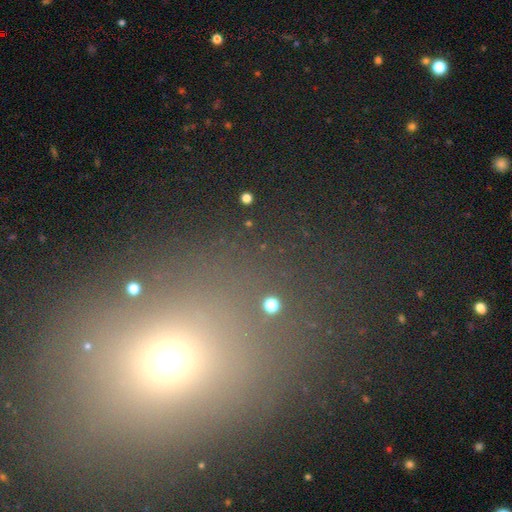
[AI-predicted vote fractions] smooth 51%, star or artifact 38%, featured or disk 10%. Down the decision tree: how rounded — round (58%); merging — none (77%).